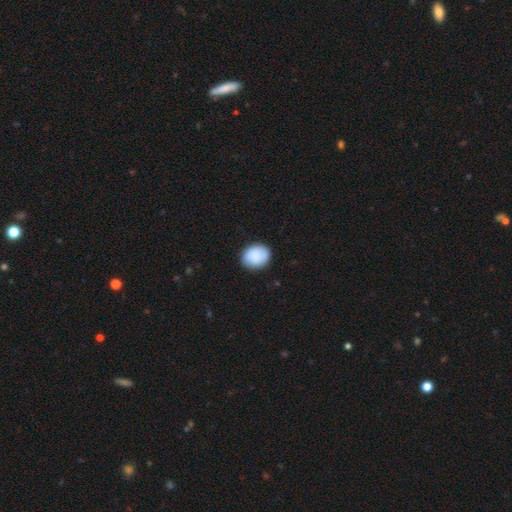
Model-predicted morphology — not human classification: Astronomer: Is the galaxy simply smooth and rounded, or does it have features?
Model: smooth — 88%.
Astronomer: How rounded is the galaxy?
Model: round — 60% (runner-up: in between, 39%).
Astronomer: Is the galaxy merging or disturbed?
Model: none — 87%.